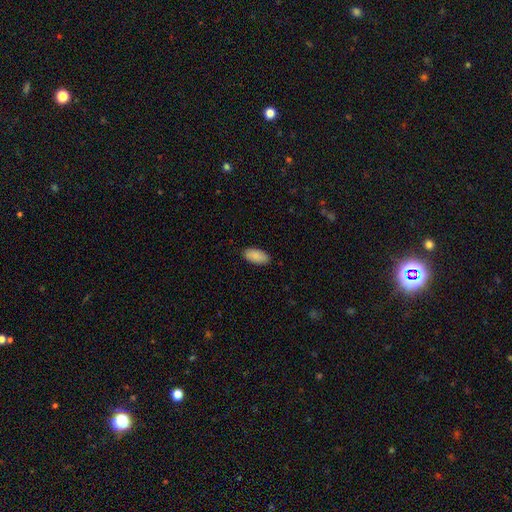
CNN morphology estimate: Smooth or featured: smooth — 90% (star or artifact — 6%)
How rounded: in between — 92% (cigar-shaped — 6%)
Merging: none — 89% (minor disturbance — 9%)